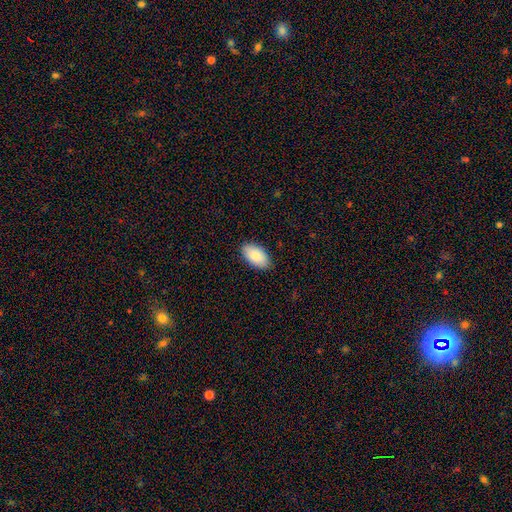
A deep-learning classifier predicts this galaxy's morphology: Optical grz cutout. It shows a smooth galaxy with no disk features (87%) that is in between round and cigar-shaped (96%). Merging: none (87%).